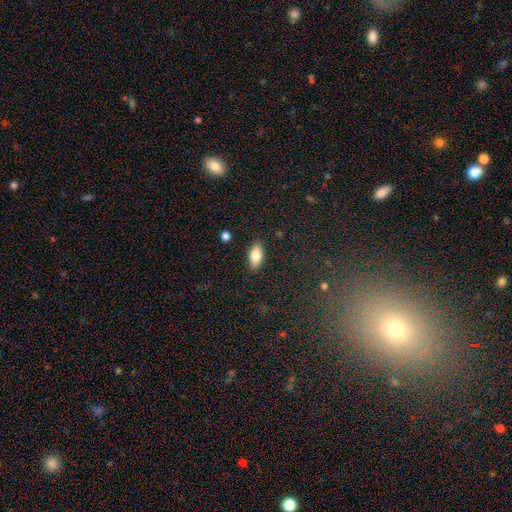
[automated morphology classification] smooth-or-featured: smooth: 82% | featured or disk: 12% | star or artifact: 7%
  how-rounded: in between: 89% | cigar-shaped: 8% | round: 3%
  merging: none: 87% | minor disturbance: 10% | major disturbance: 2% | merger: 1%